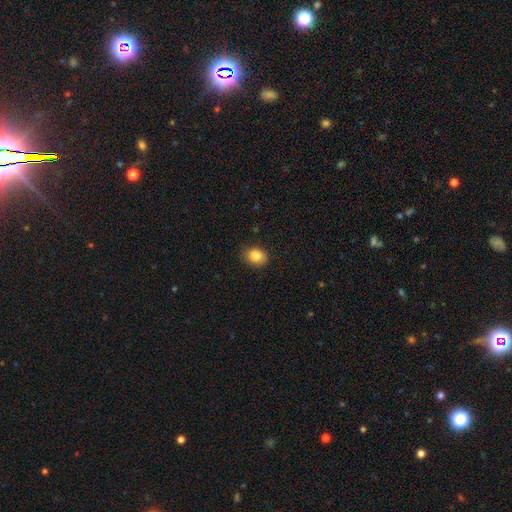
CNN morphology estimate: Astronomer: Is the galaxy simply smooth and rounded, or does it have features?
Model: smooth — 85%.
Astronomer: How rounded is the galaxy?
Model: in between — 52% (runner-up: round, 47%).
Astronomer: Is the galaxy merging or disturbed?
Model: none — 84%.